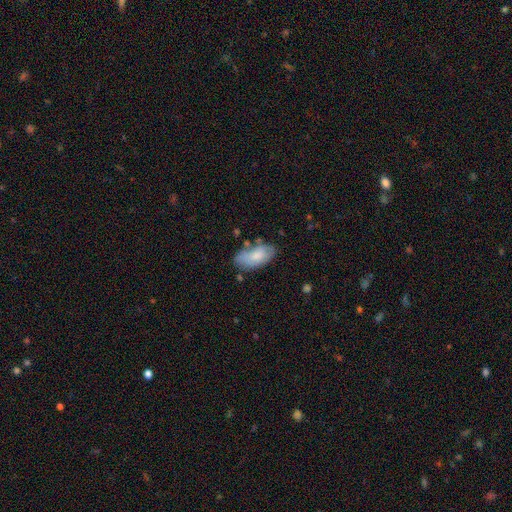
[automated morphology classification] This is likely a smooth galaxy (77%). How rounded: clearly in between (93%). Merging: likely none (64%).